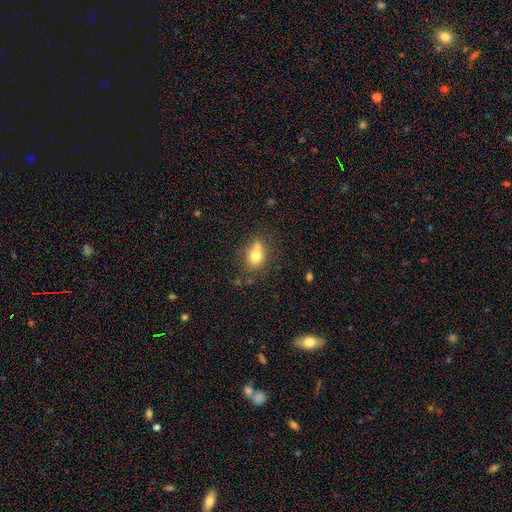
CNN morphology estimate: A smooth galaxy with no disk features (72%) that is round (58%). Merging: none (44%).